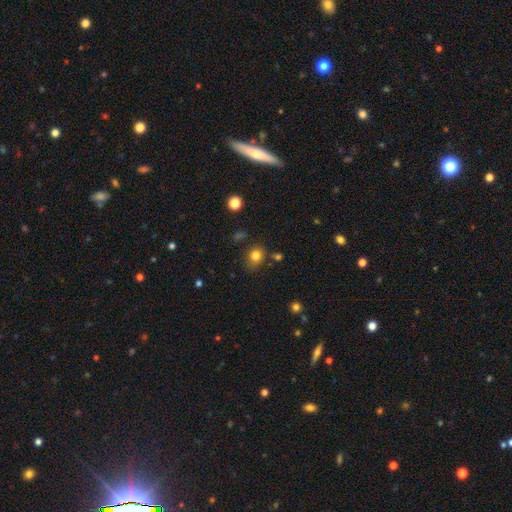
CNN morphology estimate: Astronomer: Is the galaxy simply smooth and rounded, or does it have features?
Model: smooth — 81%.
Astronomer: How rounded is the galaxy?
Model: round — 63%.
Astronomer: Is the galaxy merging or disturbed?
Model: none — 77%.